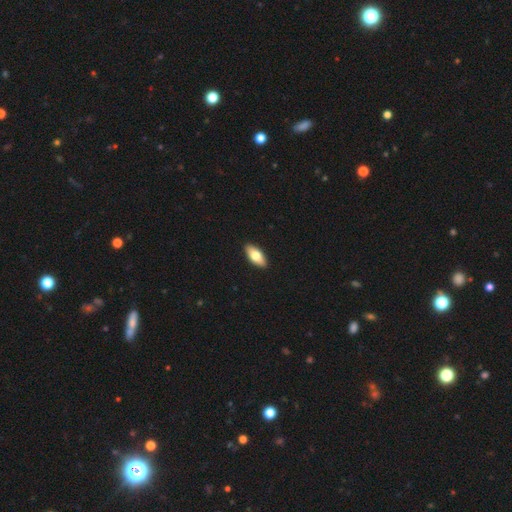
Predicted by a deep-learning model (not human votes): smooth-or-featured: smooth: 72% | featured or disk: 23% | star or artifact: 6%
  how-rounded: in between: 86% | cigar-shaped: 12% | round: 3%
  merging: none: 91% | minor disturbance: 6% | major disturbance: 1% | merger: 1%